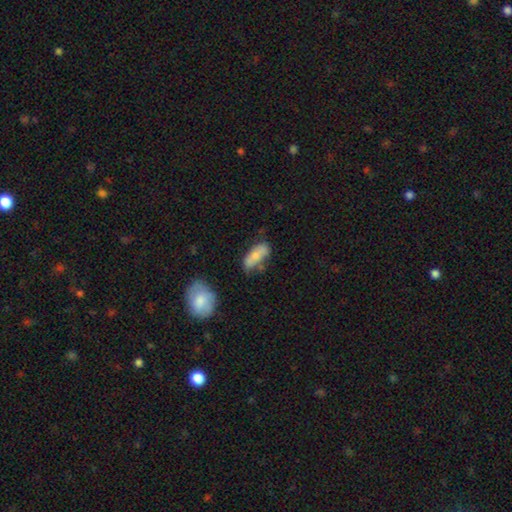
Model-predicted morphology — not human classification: smooth 71%, featured or disk 22%, star or artifact 7%. Down the decision tree: how rounded — in between (77%); merging — none (49%).